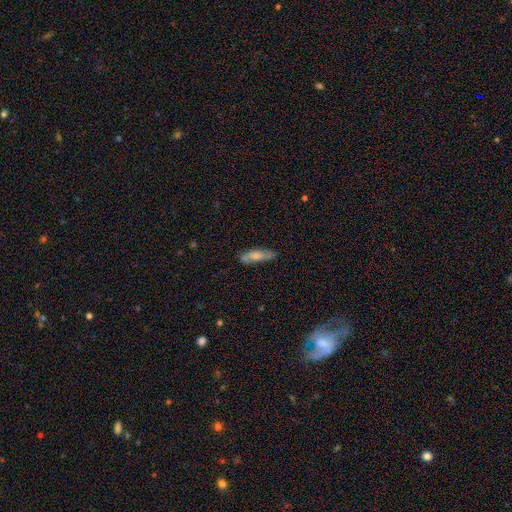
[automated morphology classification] This is possibly a smooth galaxy (52%). How rounded: possibly in between (54%). Merging: likely none (72%).